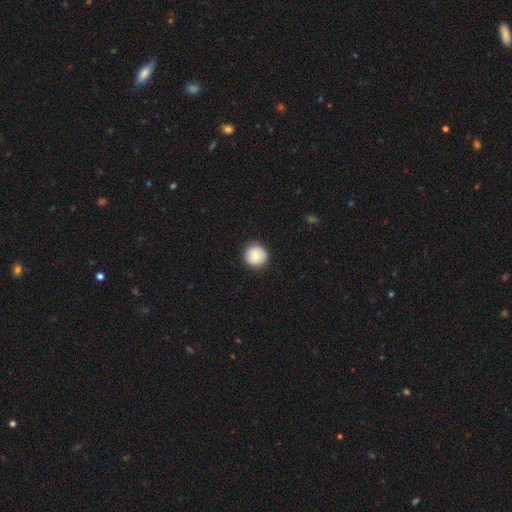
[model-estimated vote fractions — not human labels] Smooth or featured? Predicted: smooth (p=0.79). How rounded? Predicted: round (p=0.96). Merging? Predicted: none (p=0.91).